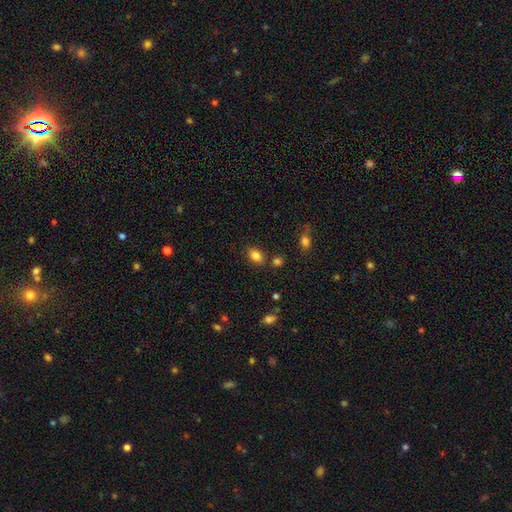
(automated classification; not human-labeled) Smooth or featured: smooth — 83% (star or artifact — 10%)
How rounded: in between — 84% (round — 14%)
Merging: none — 79% (minor disturbance — 12%)